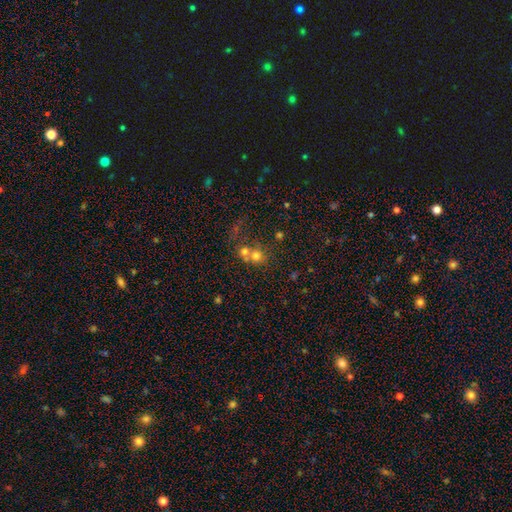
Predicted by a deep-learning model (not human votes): Smooth or featured? Predicted: smooth (p=0.67). How rounded? Predicted: round (p=0.83). Merging? Predicted: merger (p=0.52).